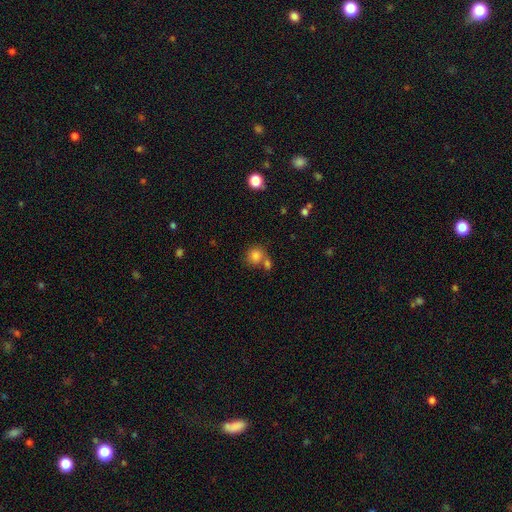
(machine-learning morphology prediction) A smooth galaxy with no disk features (82%) that is round (86%). Merging: none (57%).